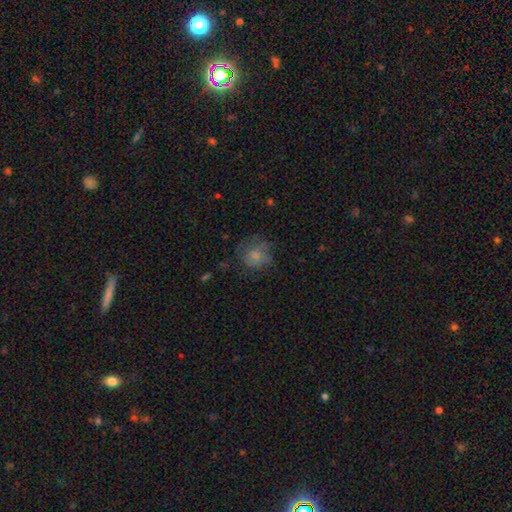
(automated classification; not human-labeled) A smooth galaxy with no disk features (69%) that is round (79%). Merging: none (54%).